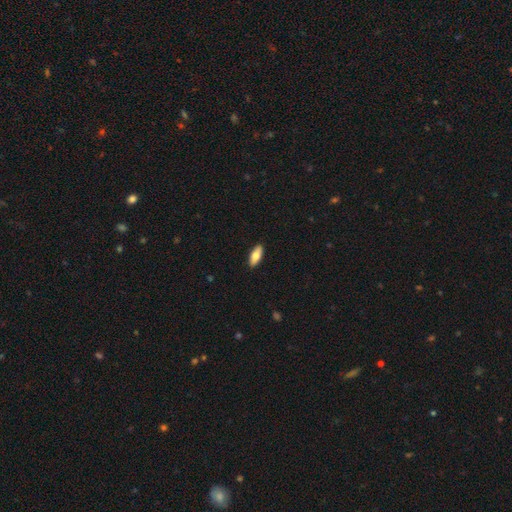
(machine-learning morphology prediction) smooth_or_featured: smooth (p=0.76) [alt: featured or disk p=0.18]
how_rounded: in between (p=0.78) [alt: cigar-shaped p=0.20]
merging: none (p=0.90) [alt: minor disturbance p=0.07]